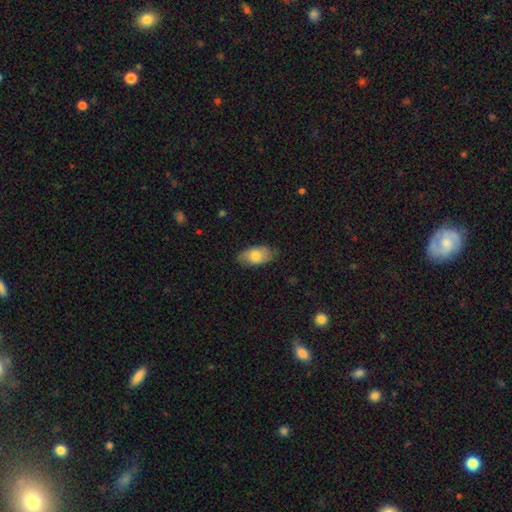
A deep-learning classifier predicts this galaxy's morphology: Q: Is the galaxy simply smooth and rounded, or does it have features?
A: smooth — 77%.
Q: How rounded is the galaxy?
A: in between — 93%.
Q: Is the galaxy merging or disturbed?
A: none — 81%.